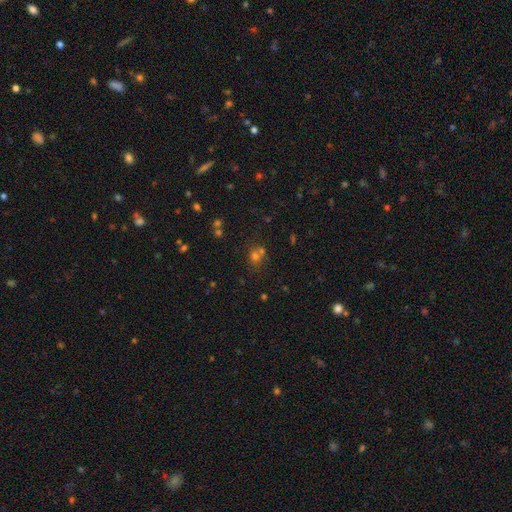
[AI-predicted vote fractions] Smooth or featured: smooth — 55% (star or artifact — 34%)
How rounded: round — 81% (in between — 18%)
Merging: none — 60% (merger — 27%)